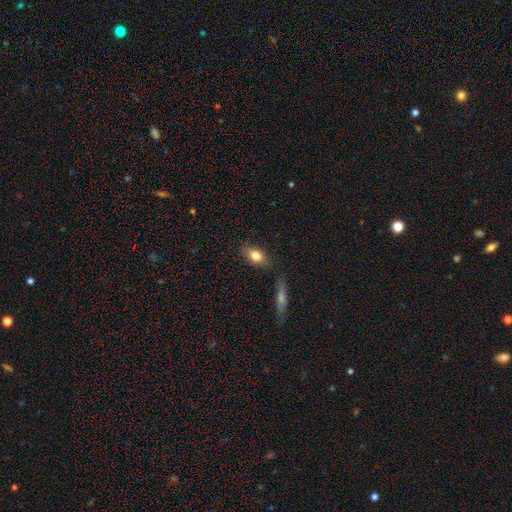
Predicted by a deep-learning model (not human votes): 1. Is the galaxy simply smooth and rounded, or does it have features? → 79% smooth, 13% featured or disk, 8% star or artifact.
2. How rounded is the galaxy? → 80% in between, 14% round, 6% cigar-shaped.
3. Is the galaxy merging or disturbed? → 82% none, 12% minor disturbance, 3% merger, 3% major disturbance.